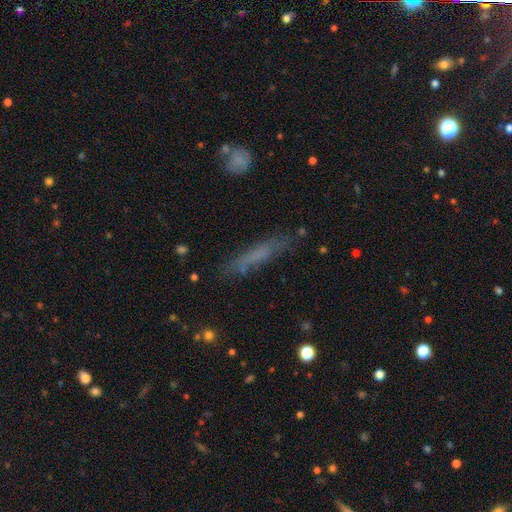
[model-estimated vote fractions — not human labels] Smooth or featured?
  - smooth: 56% *
  - featured or disk: 31%
  - star or artifact: 13%
How rounded?
  - cigar-shaped: 87% *
  - in between: 11%
  - round: 2%
Merging?
  - none: 76% *
  - minor disturbance: 17%
  - major disturbance: 5%
  - merger: 2%